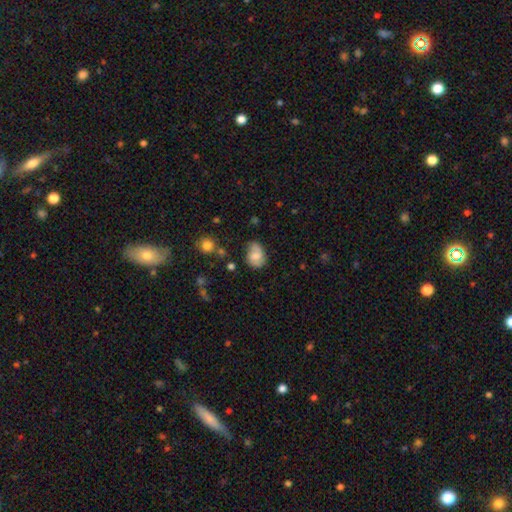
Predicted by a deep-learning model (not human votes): Q: Smooth or featured?
A: smooth (59%); runner-up: featured or disk (32%)
Q: How rounded?
A: in between (70%); runner-up: round (29%)
Q: Merging?
A: none (57%); runner-up: minor disturbance (31%)